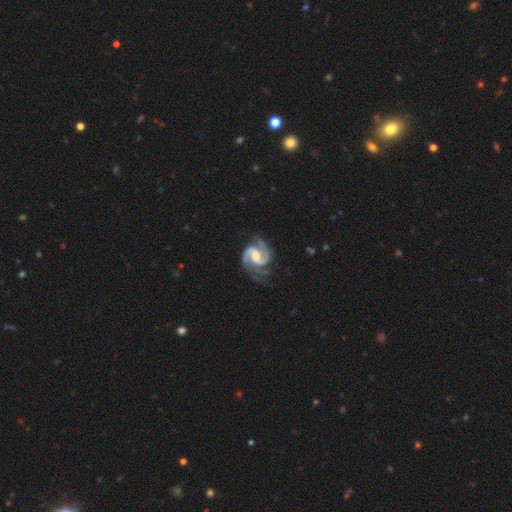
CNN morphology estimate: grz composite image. It shows a featured or disk galaxy (93%) with a weak bar (49%), 2 (84%) medium (59%) spiral arms (99%) and a moderate central bulge (35%). Merging: none (70%).